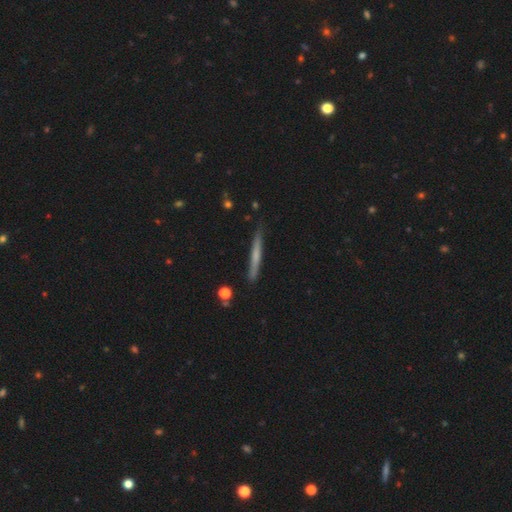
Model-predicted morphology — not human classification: Smooth or featured? Predicted: smooth (p=0.52). How rounded? Predicted: cigar-shaped (p=0.96). Merging? Predicted: none (p=0.84).